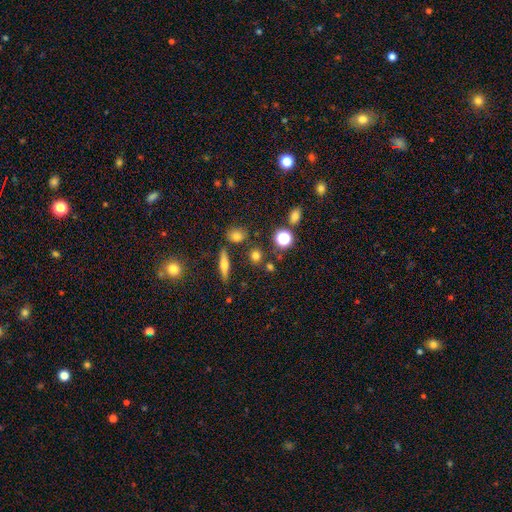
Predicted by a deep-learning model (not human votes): Overall: smooth (71%). How rounded: round (78%). Merging: none (79%).